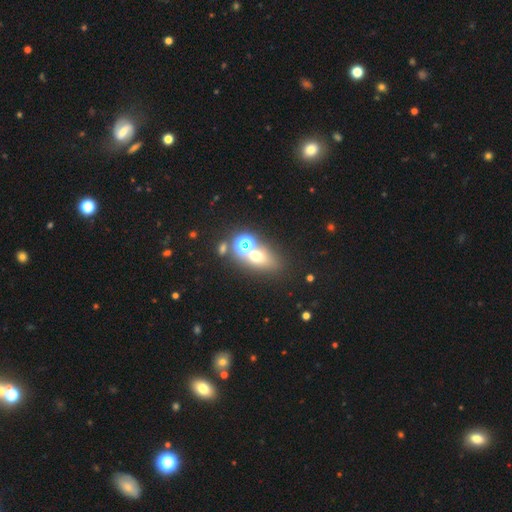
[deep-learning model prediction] Overall: smooth (49%; star or artifact 36%). Merging: none (59%; merger 24%).